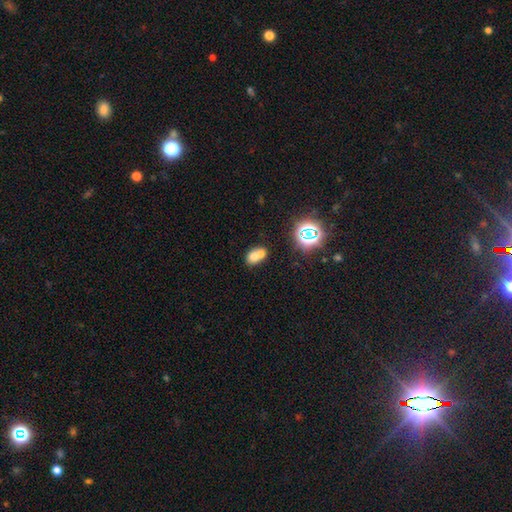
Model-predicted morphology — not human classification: This appears to be a smooth galaxy with no disk features (64%) that is in between round and cigar-shaped (61%). Merging: merger (64%).